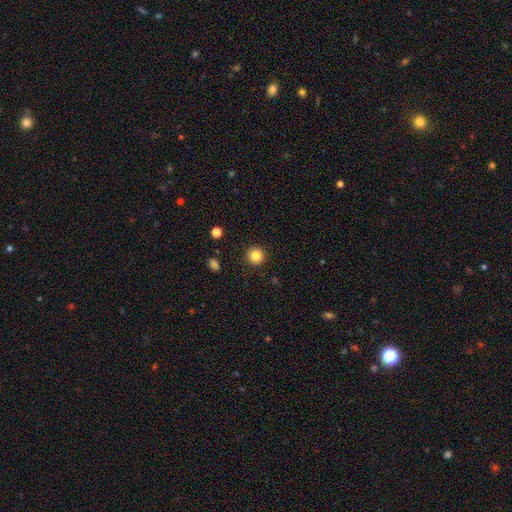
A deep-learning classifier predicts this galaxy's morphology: Smooth or featured? smooth (85%)
How rounded? round (95%)
Merging? none (92%)